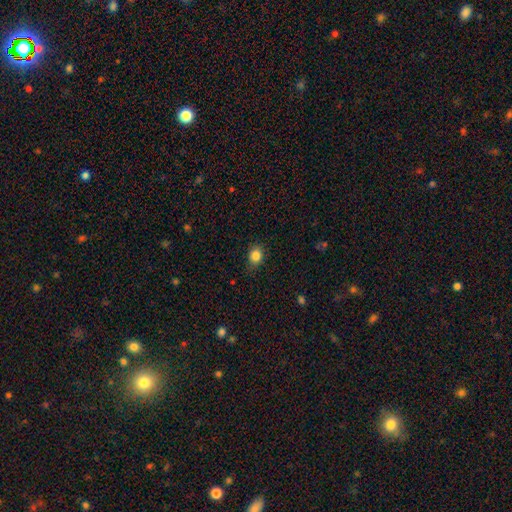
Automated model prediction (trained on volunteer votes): smooth_or_featured: smooth (p=0.85) [alt: star or artifact p=0.10]
how_rounded: round (p=0.58) [alt: in between p=0.41]
merging: none (p=0.80) [alt: minor disturbance p=0.15]